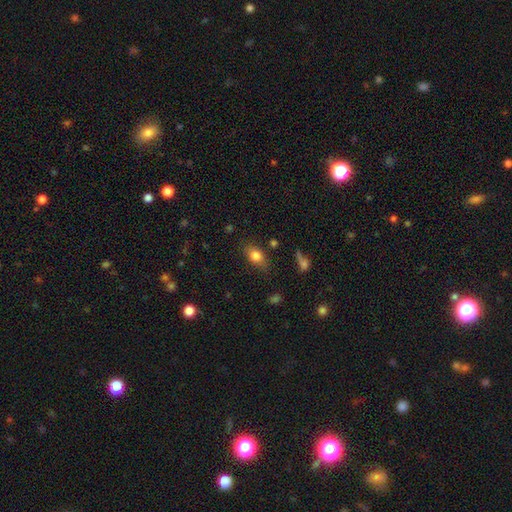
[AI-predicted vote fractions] Smooth or featured: smooth — 79% (featured or disk — 12%)
How rounded: in between — 82% (round — 13%)
Merging: none — 78% (minor disturbance — 15%)